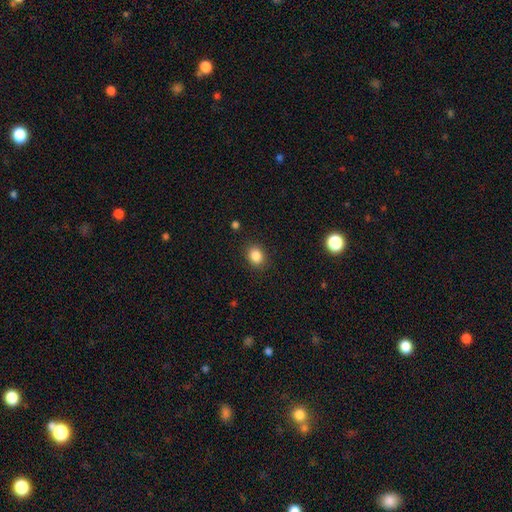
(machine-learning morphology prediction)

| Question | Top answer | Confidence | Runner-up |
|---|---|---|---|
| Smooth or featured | smooth | 85% | star or artifact (10%) |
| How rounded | round | 53% | in between (46%) |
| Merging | none | 87% | minor disturbance (9%) |